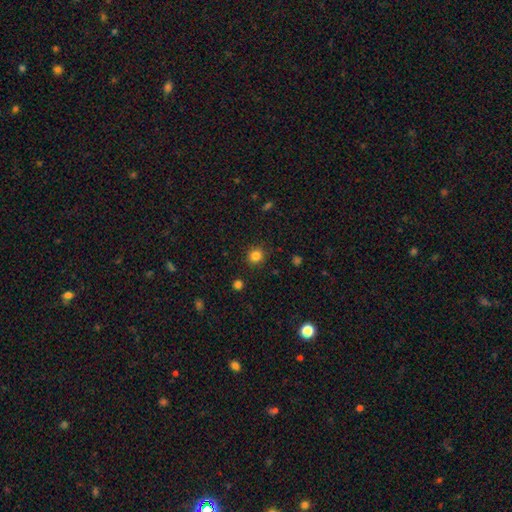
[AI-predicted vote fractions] smooth-or-featured: smooth: 83% | star or artifact: 12% | featured or disk: 4%
  how-rounded: round: 90% | in between: 9% | cigar-shaped: 1%
  merging: none: 89% | minor disturbance: 7% | major disturbance: 2% | merger: 2%